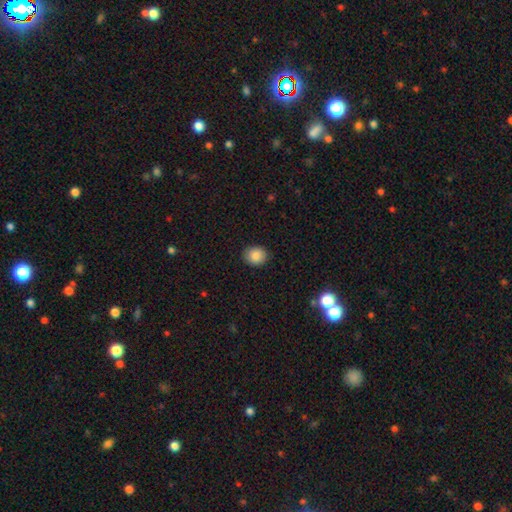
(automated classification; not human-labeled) smooth-or-featured: smooth: 86% | star or artifact: 9% | featured or disk: 5%
  how-rounded: round: 64% | in between: 35% | cigar-shaped: 1%
  merging: none: 89% | minor disturbance: 8% | major disturbance: 2% | merger: 1%